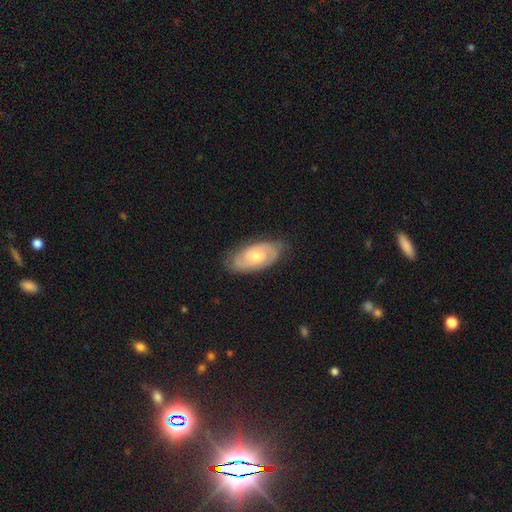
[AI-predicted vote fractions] Smooth or featured? featured or disk (75%)
Edge-on disk? no (94%)
Bar? no (72%)
Spiral arms? yes (91%)
Spiral winding? tight (64%)
Spiral arm count? 2 (70%)
Bulge size? moderate (52%)
Merging? none (81%)